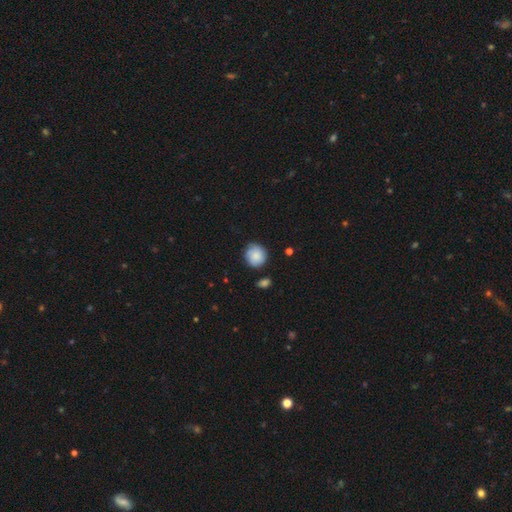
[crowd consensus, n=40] smooth_or_featured: smooth (p=0.85) [alt: featured or disk p=0.15]
how_rounded: round (p=0.97) [alt: in between p=0.03]
merging: none (p=0.65) [alt: minor disturbance p=0.25]